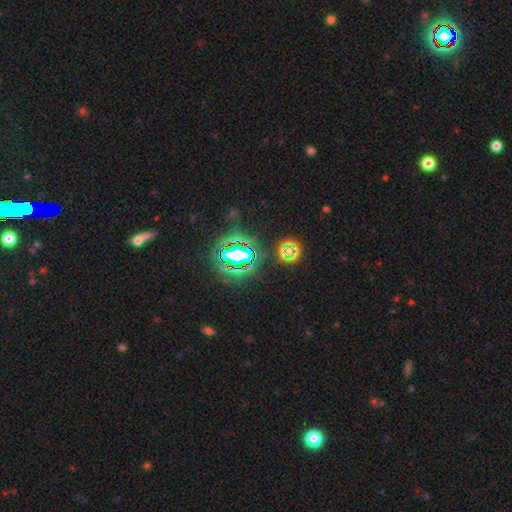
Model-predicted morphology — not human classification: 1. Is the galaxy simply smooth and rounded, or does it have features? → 80% star or artifact, 13% smooth, 7% featured or disk.